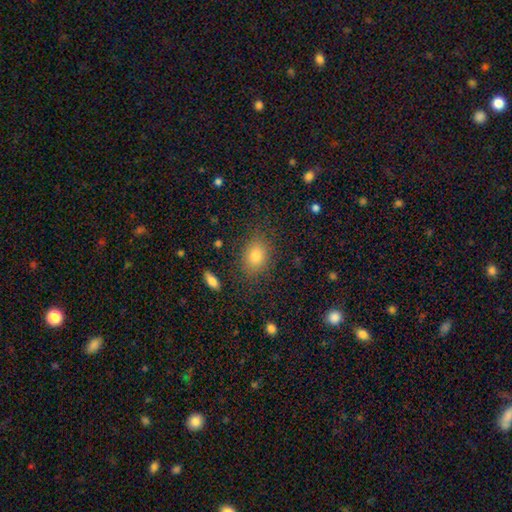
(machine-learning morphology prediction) smooth_or_featured: smooth (p=0.79) [alt: star or artifact p=0.11]
how_rounded: in between (p=0.70) [alt: round p=0.28]
merging: none (p=0.82) [alt: minor disturbance p=0.13]